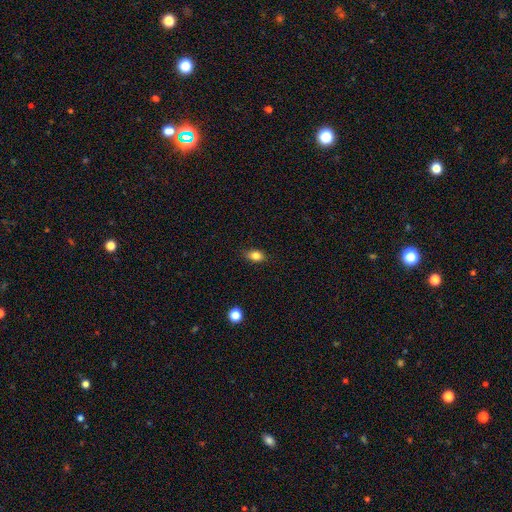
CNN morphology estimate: Smooth or featured? smooth (82%)
How rounded? in between (80%)
Merging? none (83%)